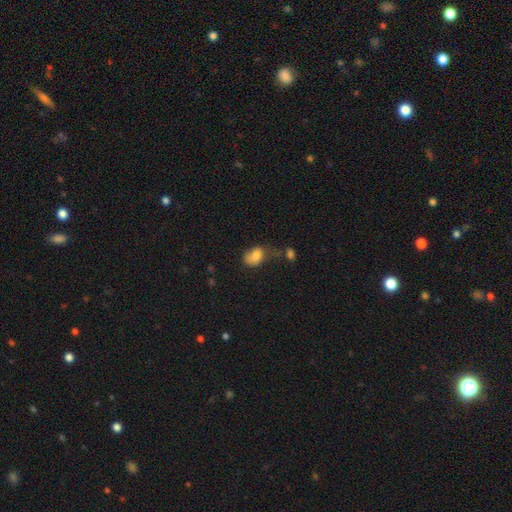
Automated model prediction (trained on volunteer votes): smooth 80%, featured or disk 12%, star or artifact 9%. Down the decision tree: how rounded — in between (79%); merging — none (33%).